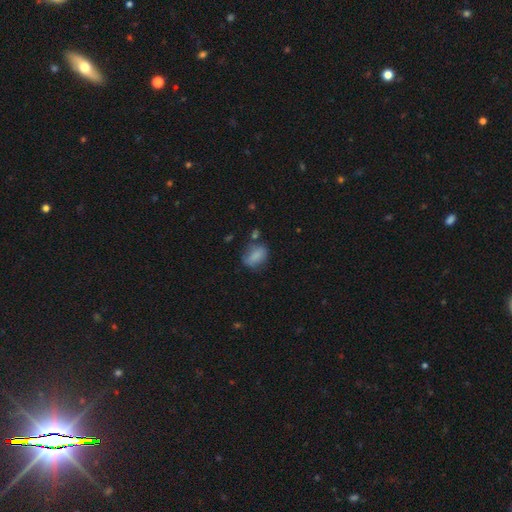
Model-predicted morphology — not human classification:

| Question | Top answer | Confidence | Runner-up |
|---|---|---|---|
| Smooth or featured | smooth | 77% | featured or disk (14%) |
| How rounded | in between | 76% | round (21%) |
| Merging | none | 58% | minor disturbance (27%) |